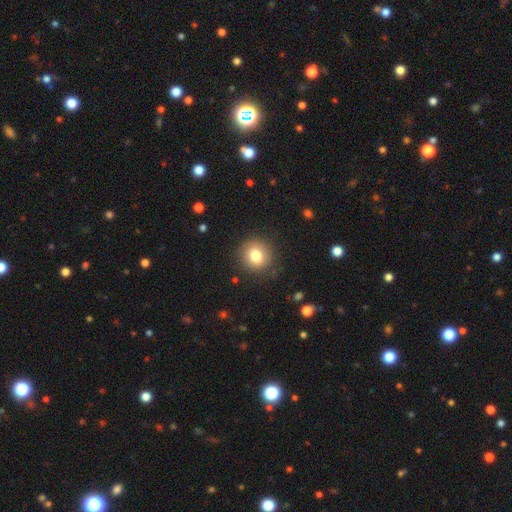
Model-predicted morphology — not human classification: Overall: smooth (79%). How rounded: round (87%). Merging: none (86%).